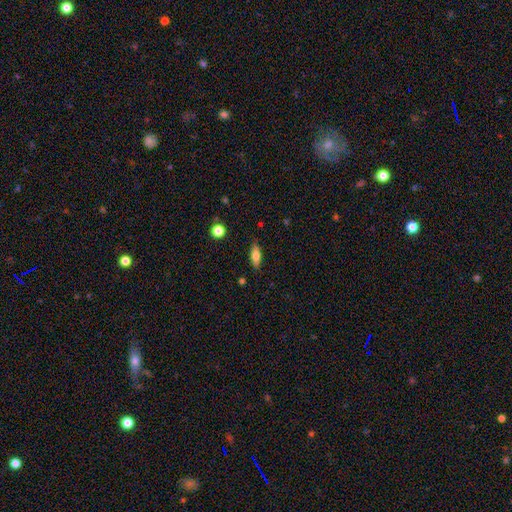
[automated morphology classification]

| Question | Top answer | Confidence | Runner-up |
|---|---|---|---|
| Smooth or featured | smooth | 65% | featured or disk (27%) |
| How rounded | in between | 60% | cigar-shaped (37%) |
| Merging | none | 83% | minor disturbance (13%) |